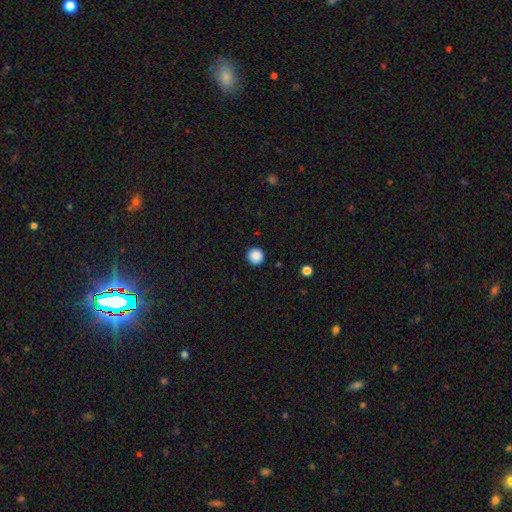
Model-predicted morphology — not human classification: smooth 88%, star or artifact 10%, featured or disk 2%. Down the decision tree: how rounded — round (95%); merging — none (93%).